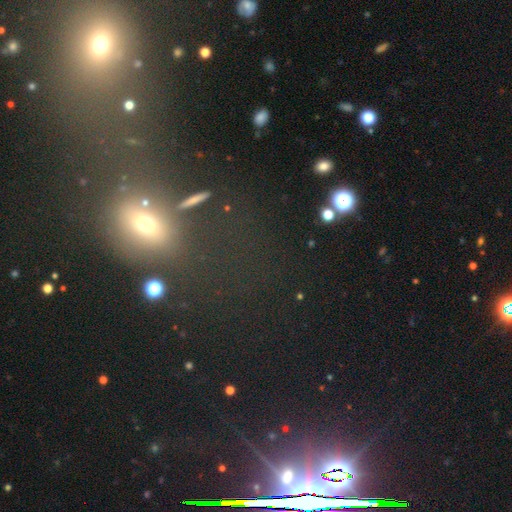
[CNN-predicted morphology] smooth-or-featured: star or artifact: 54% | smooth: 33% | featured or disk: 12%